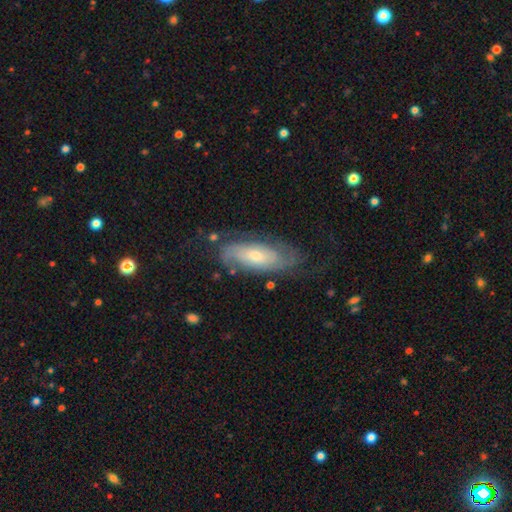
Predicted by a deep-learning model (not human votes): Q: Smooth or featured?
A: featured or disk (68%); runner-up: smooth (25%)
Q: Edge-on disk?
A: no (86%); runner-up: yes (14%)
Q: Bar?
A: no (66%); runner-up: weak (27%)
Q: Spiral arms?
A: yes (88%); runner-up: no (12%)
Q: Spiral winding?
A: tight (51%); runner-up: medium (35%)
Q: Spiral arm count?
A: 2 (49%); runner-up: can't tell (37%)
Q: Bulge size?
A: moderate (50%); runner-up: small (41%)
Q: Merging?
A: none (65%); runner-up: minor disturbance (21%)